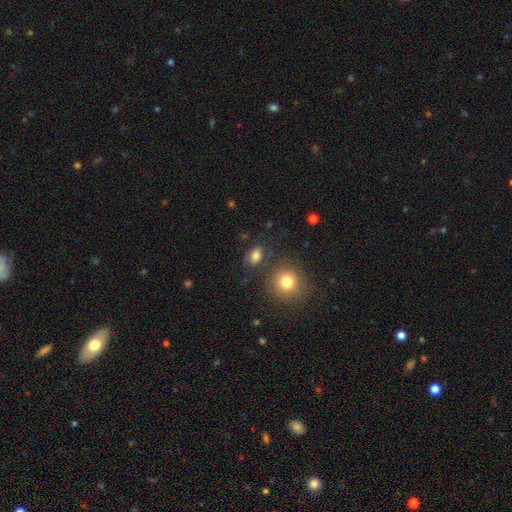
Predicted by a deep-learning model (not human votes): Morphology: type=smooth (79%); roundness=in between (75%); merging=none (74%).